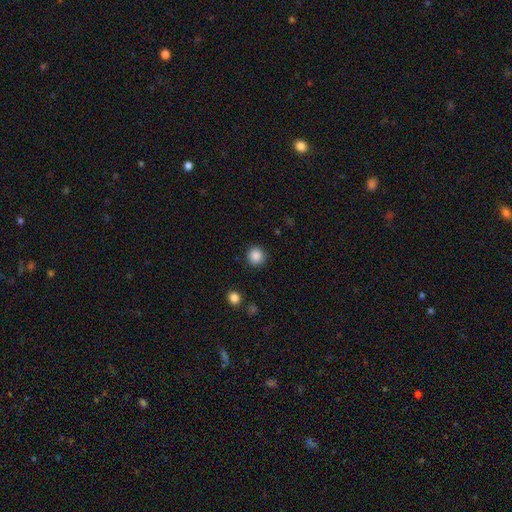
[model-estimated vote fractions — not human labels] This is clearly a smooth galaxy (87%). How rounded: clearly round (93%). Merging: clearly none (90%).